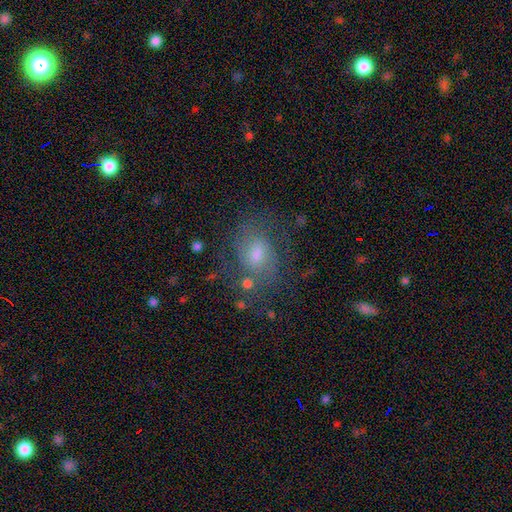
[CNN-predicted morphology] Overall: featured or disk (49%; smooth 39%). Merging: none (62%).